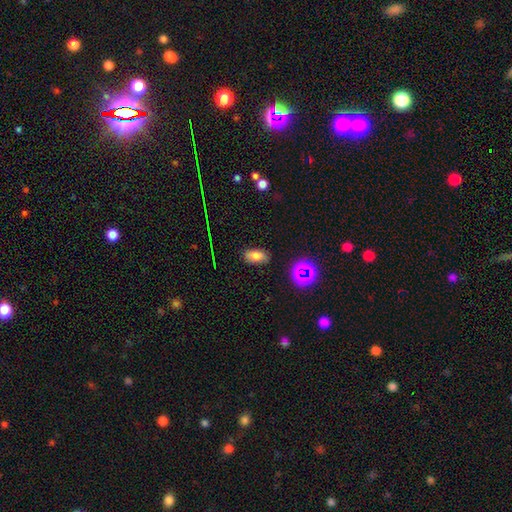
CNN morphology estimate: type=smooth (75%); roundness=in between (89%); merging=none (84%).